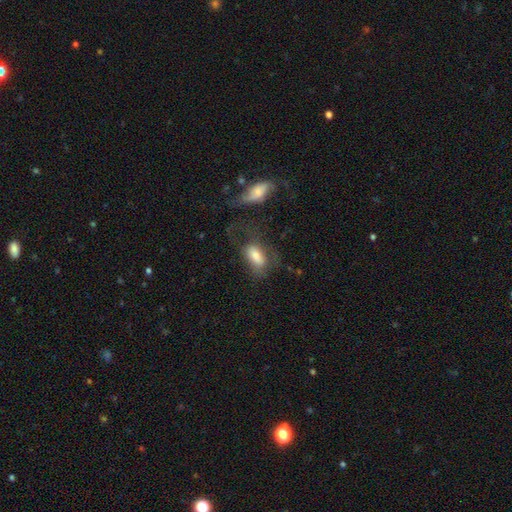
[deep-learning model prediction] smooth_or_featured: smooth (p=0.71) [alt: featured or disk p=0.21]
how_rounded: in between (p=0.89) [alt: cigar-shaped p=0.06]
merging: major disturbance (p=0.36) [alt: none p=0.34]